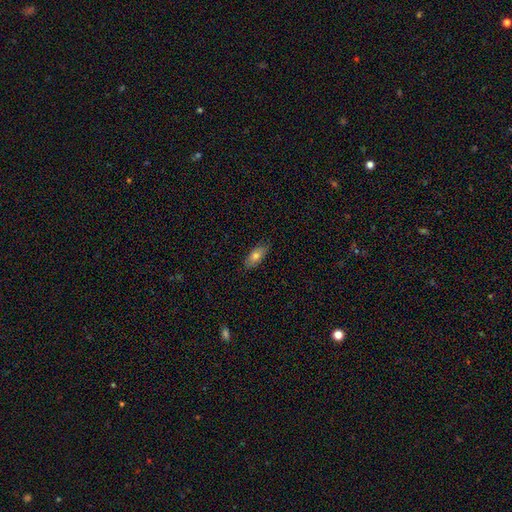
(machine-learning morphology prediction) type=smooth (74%); roundness=in between (79%); merging=none (85%).